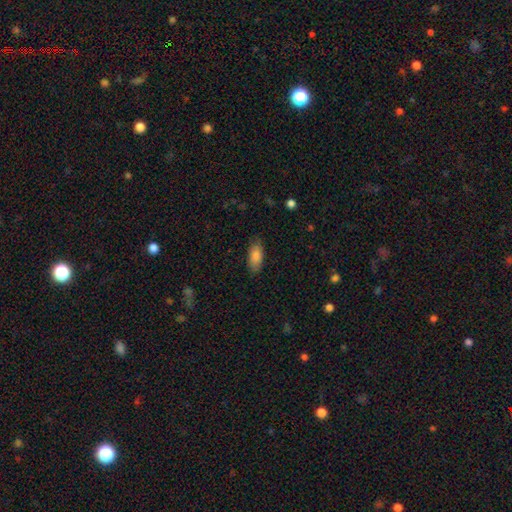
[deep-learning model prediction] This appears to be a smooth galaxy with no disk features (85%) that is in between round and cigar-shaped (86%). Merging: none (84%).